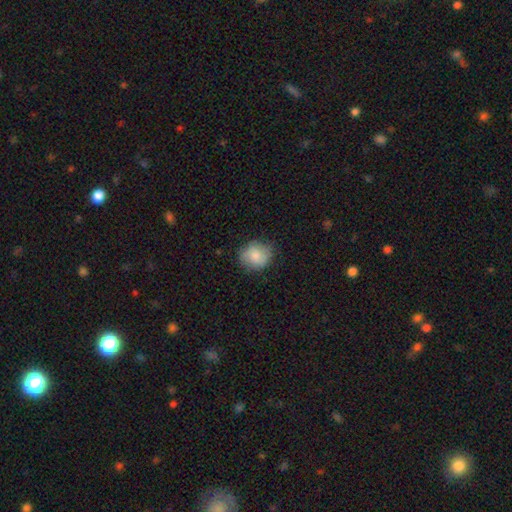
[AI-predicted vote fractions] The model was most divided on "how rounded": round: 76%, in between: 23%, cigar-shaped: 1%. More confident: smooth or featured — smooth (75%); merging — none (75%).